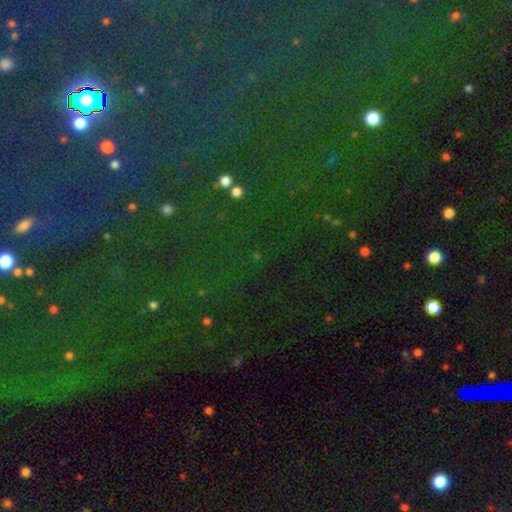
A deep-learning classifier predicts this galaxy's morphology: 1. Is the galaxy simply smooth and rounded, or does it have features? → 78% star or artifact, 13% smooth, 9% featured or disk.